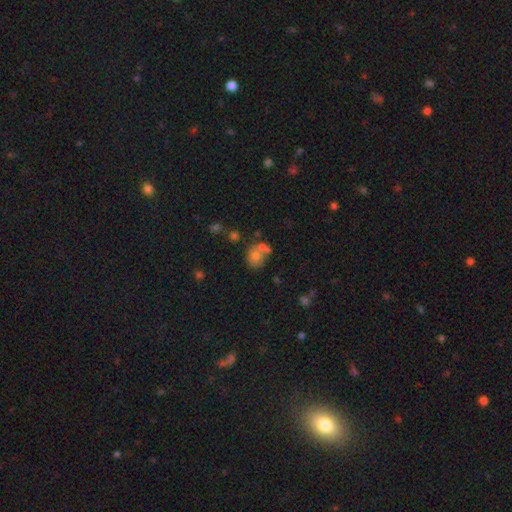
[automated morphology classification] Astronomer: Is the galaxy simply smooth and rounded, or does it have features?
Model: smooth — 66%.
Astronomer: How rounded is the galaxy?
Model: round — 61% (runner-up: in between, 38%).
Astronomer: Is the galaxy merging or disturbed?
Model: none — 38%, tied with merger at 38%.